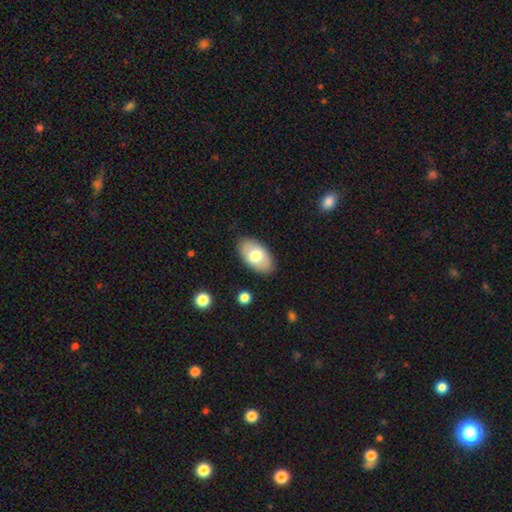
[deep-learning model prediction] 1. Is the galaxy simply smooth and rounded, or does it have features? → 70% smooth, 24% featured or disk, 6% star or artifact.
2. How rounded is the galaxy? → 94% in between, 4% round, 2% cigar-shaped.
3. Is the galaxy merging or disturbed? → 86% none, 10% minor disturbance, 3% major disturbance, 1% merger.